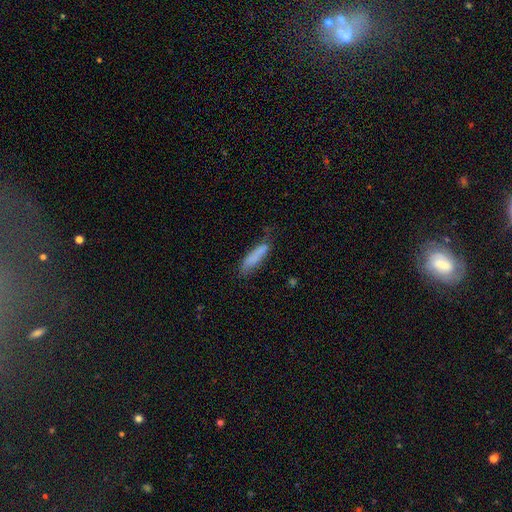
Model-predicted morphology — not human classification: A smooth galaxy with no disk features (78%) that is cigar-shaped (78%).

Vote fractions:
- Smooth or featured? smooth: 78% / featured or disk: 14% / star or artifact: 7%
- How rounded? cigar-shaped: 78% / in between: 21% / round: 1%
- Merging? none: 59% / minor disturbance: 28% / major disturbance: 9% / merger: 3%